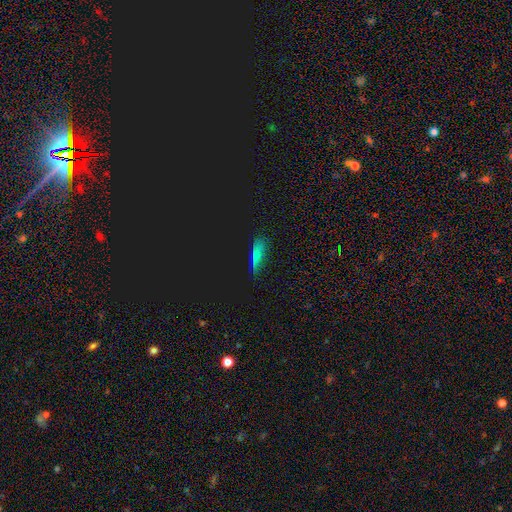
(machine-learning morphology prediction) Smooth or featured?
  - smooth: 46% *
  - star or artifact: 40%
  - featured or disk: 14%
Merging?
  - none: 79% *
  - minor disturbance: 15%
  - major disturbance: 4%
  - merger: 2%